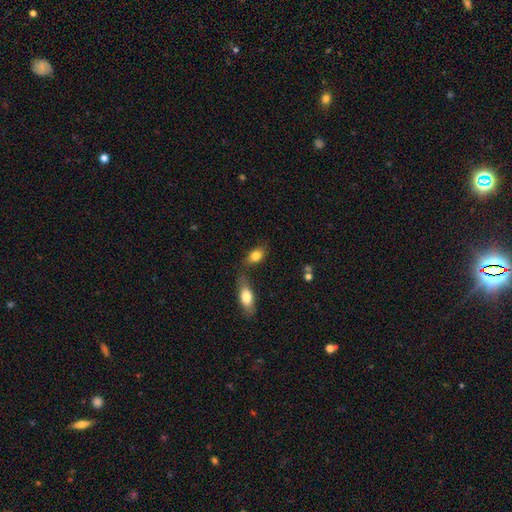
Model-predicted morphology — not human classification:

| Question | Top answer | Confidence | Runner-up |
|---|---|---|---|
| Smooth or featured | smooth | 82% | featured or disk (11%) |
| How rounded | in between | 83% | round (13%) |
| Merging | none | 62% | merger (18%) |